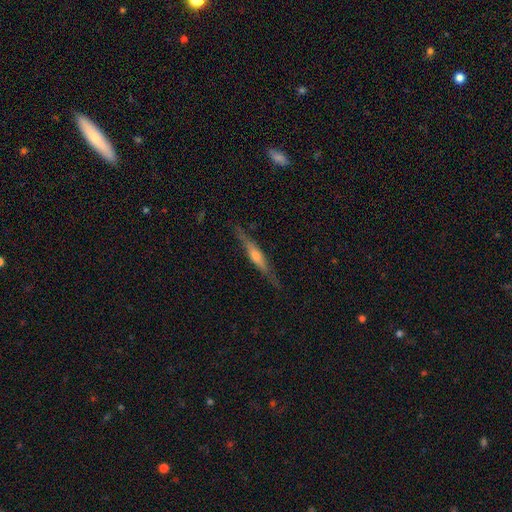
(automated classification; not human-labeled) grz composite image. It shows a featured or disk galaxy (75%) viewed edge-on (95%) with a rounded central bulge (76%). Merging: none (84%).